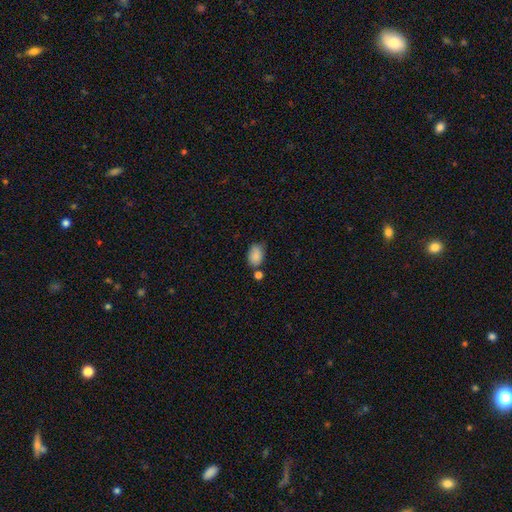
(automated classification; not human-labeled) Overall: smooth (87%). How rounded: in between (85%). Merging: none (62%).